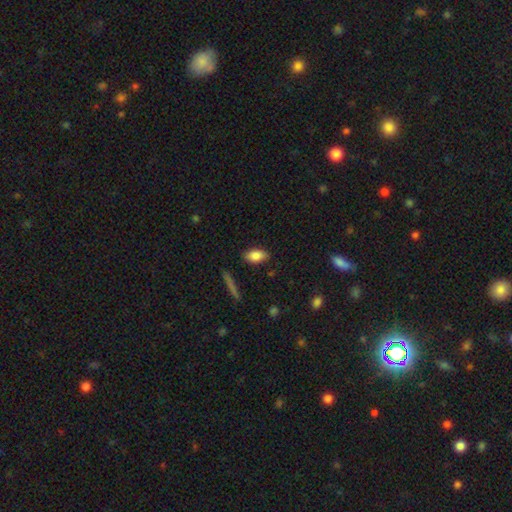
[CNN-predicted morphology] Smooth or featured?
  - smooth: 84% *
  - featured or disk: 8%
  - star or artifact: 7%
How rounded?
  - in between: 89% *
  - cigar-shaped: 6%
  - round: 4%
Merging?
  - none: 85% *
  - minor disturbance: 10%
  - major disturbance: 2%
  - merger: 2%